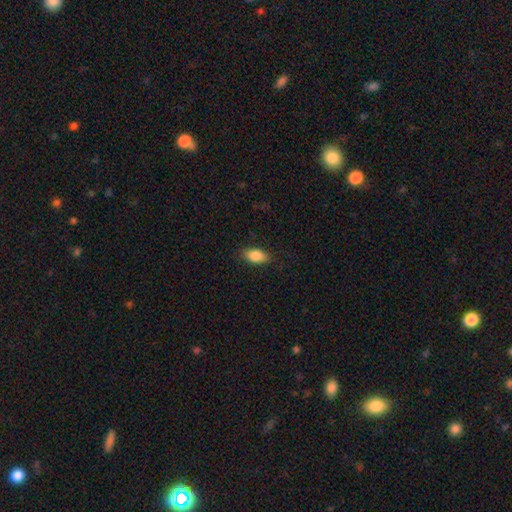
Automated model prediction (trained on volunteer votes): This appears to be a smooth galaxy with no disk features (85%) that is in between round and cigar-shaped (88%). Merging: none (83%).